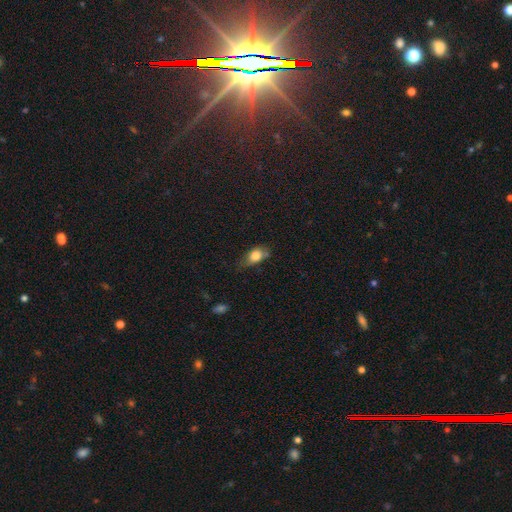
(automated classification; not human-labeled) Smooth or featured: smooth — 80% (featured or disk — 11%)
How rounded: in between — 74% (round — 20%)
Merging: none — 47% (minor disturbance — 36%)